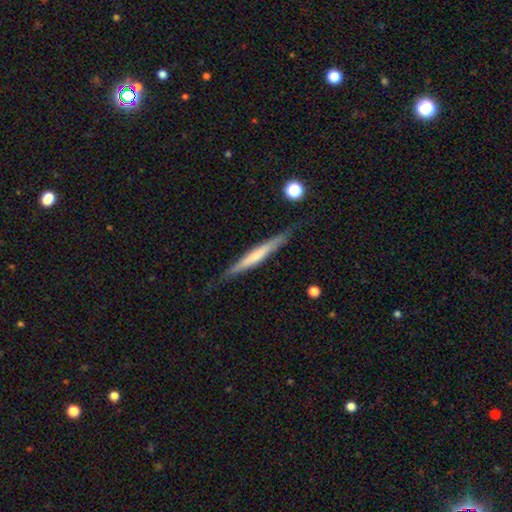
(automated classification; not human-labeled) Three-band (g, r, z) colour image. It shows a featured or disk galaxy (50%) viewed edge-on (96%). Merging: none (83%).